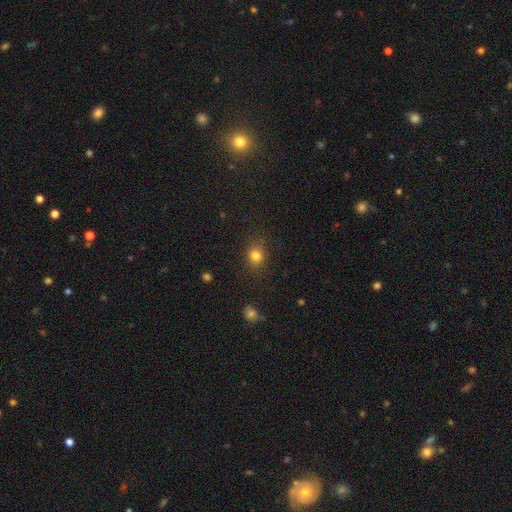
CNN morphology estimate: Smooth or featured?
  - smooth: 82% *
  - star or artifact: 13%
  - featured or disk: 5%
How rounded?
  - round: 74% *
  - in between: 25%
  - cigar-shaped: 1%
Merging?
  - none: 84% *
  - minor disturbance: 11%
  - major disturbance: 4%
  - merger: 2%